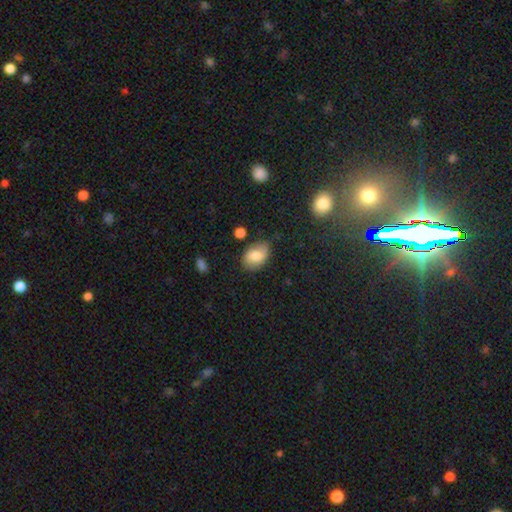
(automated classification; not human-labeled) A smooth galaxy with no disk features (76%) that is in between round and cigar-shaped (82%). Merging: none (68%).